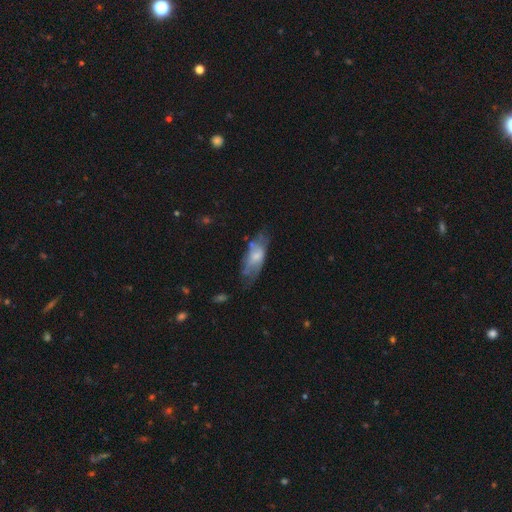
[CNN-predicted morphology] Smooth or featured: smooth — 50% (featured or disk — 43%)
Merging: none — 41% (minor disturbance — 31%)